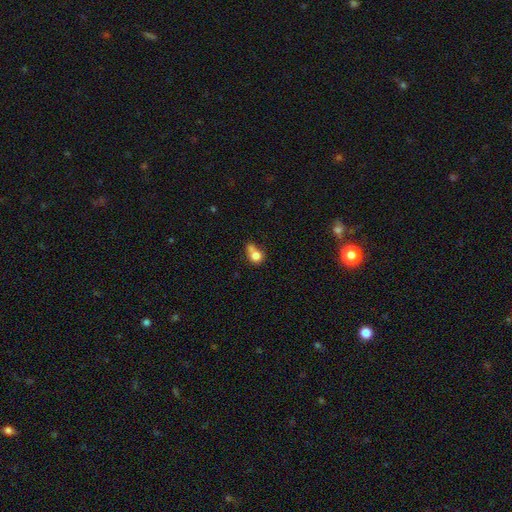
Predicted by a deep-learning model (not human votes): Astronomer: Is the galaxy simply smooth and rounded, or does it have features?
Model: smooth — 76%.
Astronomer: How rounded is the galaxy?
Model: round — 72%.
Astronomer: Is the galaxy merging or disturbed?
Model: merger — 43% (runner-up: none, 32%).